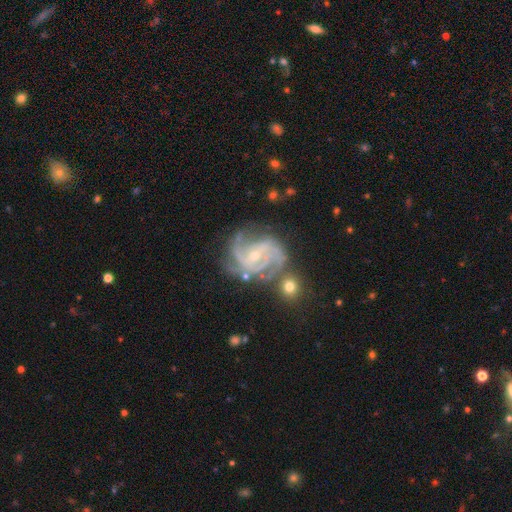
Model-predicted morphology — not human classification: Q: Smooth or featured?
A: featured or disk (90%); runner-up: star or artifact (6%)
Q: Edge-on disk?
A: no (98%); runner-up: yes (2%)
Q: Bar?
A: no (42%); runner-up: weak (41%)
Q: Spiral arms?
A: yes (98%); runner-up: no (2%)
Q: Spiral winding?
A: tight (53%); runner-up: medium (40%)
Q: Spiral arm count?
A: 3 (41%); runner-up: 2 (19%)
Q: Bulge size?
A: small (70%); runner-up: moderate (27%)
Q: Merging?
A: none (63%); runner-up: minor disturbance (21%)